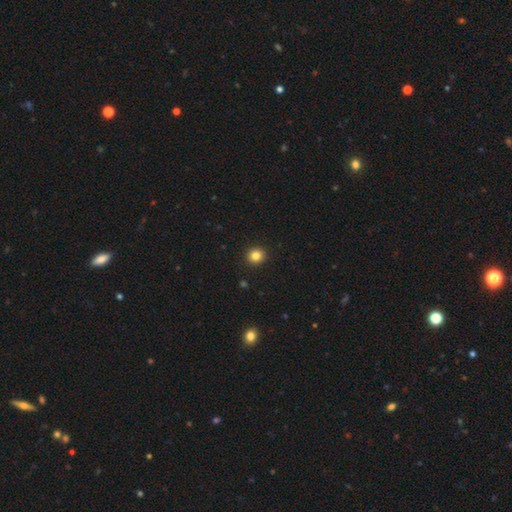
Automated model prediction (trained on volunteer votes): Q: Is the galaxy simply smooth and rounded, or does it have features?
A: smooth — 84%.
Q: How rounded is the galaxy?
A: round — 89%.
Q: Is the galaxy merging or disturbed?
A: none — 93%.